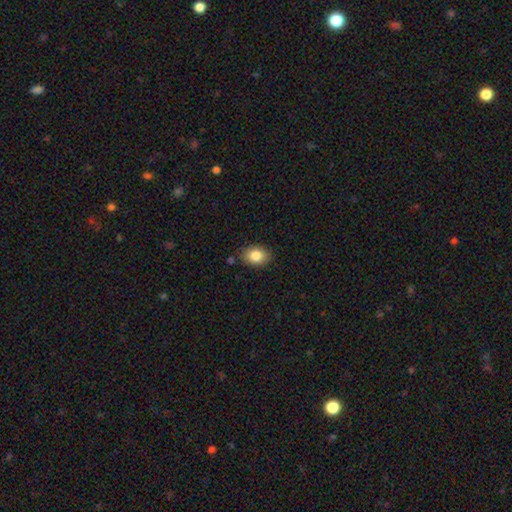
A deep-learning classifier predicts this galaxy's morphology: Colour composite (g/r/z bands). It shows a smooth galaxy with no disk features (84%) that is in between round and cigar-shaped (70%). Merging: none (83%).